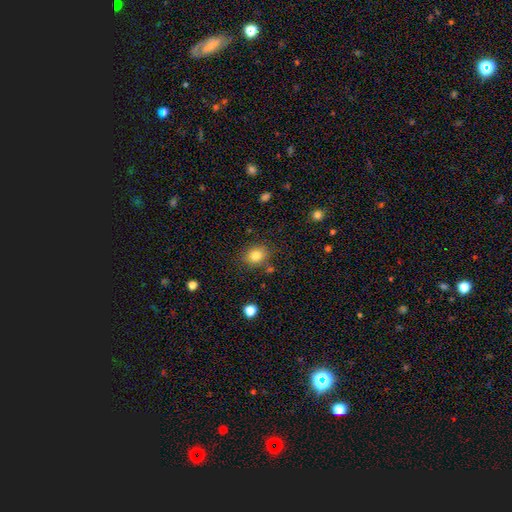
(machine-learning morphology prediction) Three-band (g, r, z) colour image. It shows a smooth galaxy with no disk features (82%) that is round (62%). Merging: none (80%).